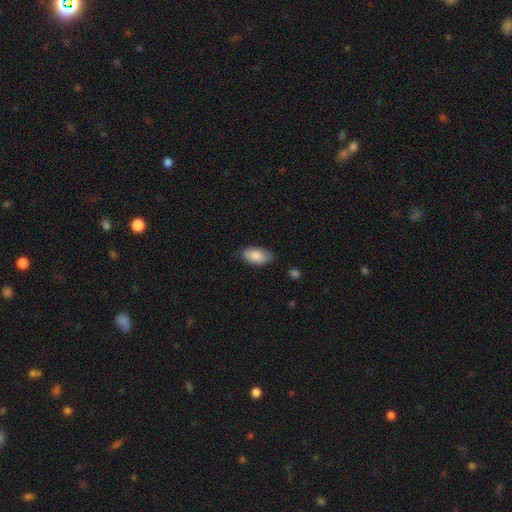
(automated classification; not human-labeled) This appears to be a smooth galaxy with no disk features (87%) that is in between round and cigar-shaped (94%). Merging: none (78%).